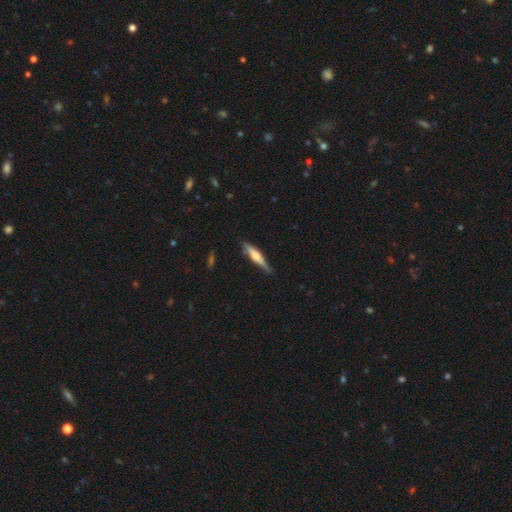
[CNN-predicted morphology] The model was most divided on "smooth or featured": featured or disk: 57%, smooth: 37%, star or artifact: 5%. More confident: edge-on disk — yes (95%); merging — none (80%); edge-on bulge — rounded (78%).